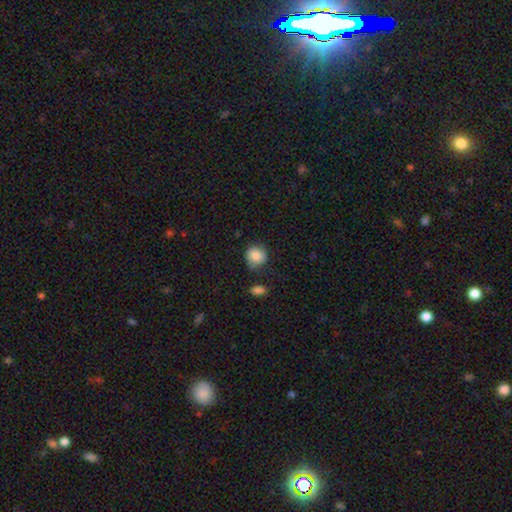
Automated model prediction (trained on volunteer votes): Smooth or featured? smooth (84%)
How rounded? round (86%)
Merging? none (67%)